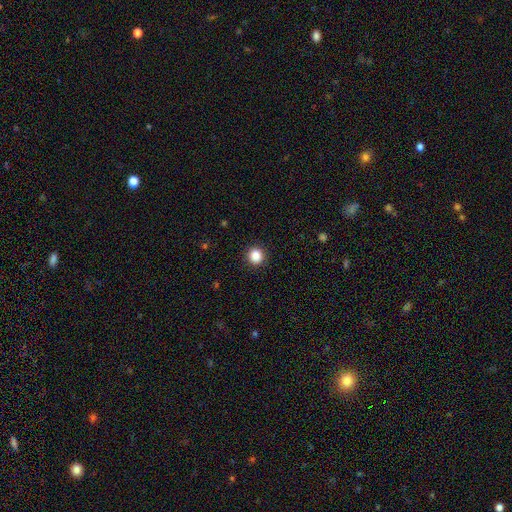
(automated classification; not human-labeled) smooth-or-featured: smooth: 87% | star or artifact: 10% | featured or disk: 3%
  how-rounded: round: 91% | in between: 8% | cigar-shaped: 1%
  merging: none: 92% | minor disturbance: 5% | major disturbance: 2% | merger: 1%